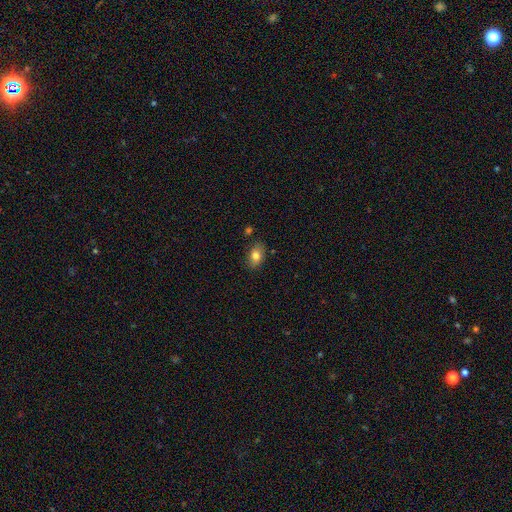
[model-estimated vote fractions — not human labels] This appears to be a smooth galaxy with no disk features (80%) that is in between round and cigar-shaped (84%). Merging: none (82%).